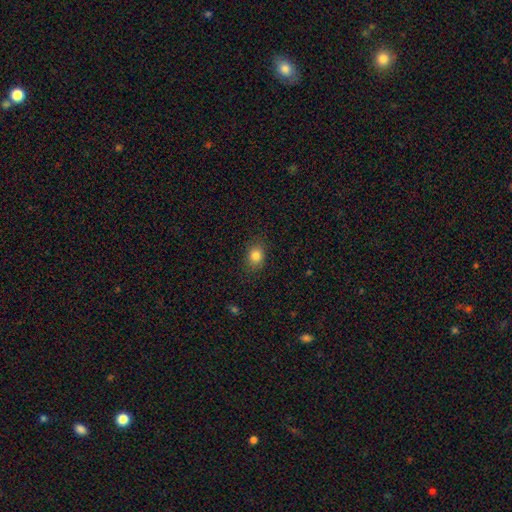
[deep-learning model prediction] Overall: smooth (84%). How rounded: in between (54%; round 44%). Merging: none (84%).